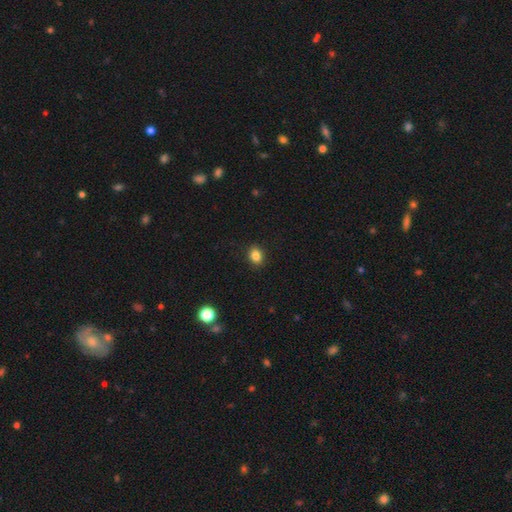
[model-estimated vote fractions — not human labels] smooth-or-featured: smooth: 85% | star or artifact: 10% | featured or disk: 5%
  how-rounded: in between: 54% | round: 45% | cigar-shaped: 1%
  merging: none: 90% | minor disturbance: 7% | major disturbance: 2% | merger: 1%